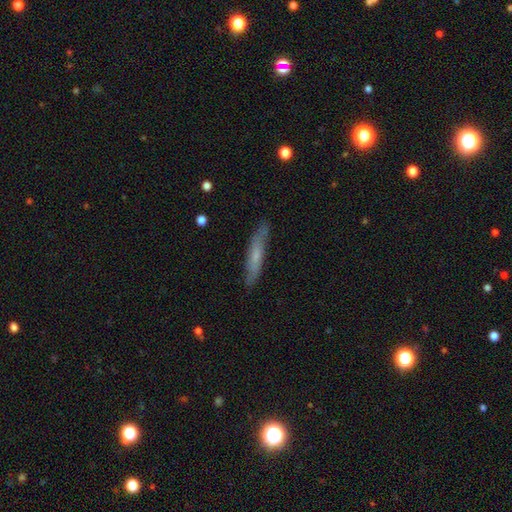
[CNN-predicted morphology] A smooth galaxy with no disk features (55%) that is cigar-shaped (90%).

Vote fractions:
- Smooth or featured? smooth: 55% / featured or disk: 39% / star or artifact: 6%
- How rounded? cigar-shaped: 90% / in between: 9% / round: 1%
- Merging? none: 83% / minor disturbance: 13% / major disturbance: 2% / merger: 1%